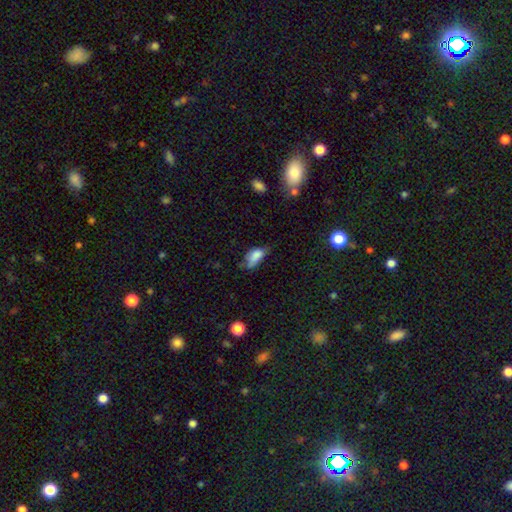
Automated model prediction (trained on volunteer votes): A smooth galaxy with no disk features (76%) that is in between round and cigar-shaped (88%). Merging: minor disturbance (40%).